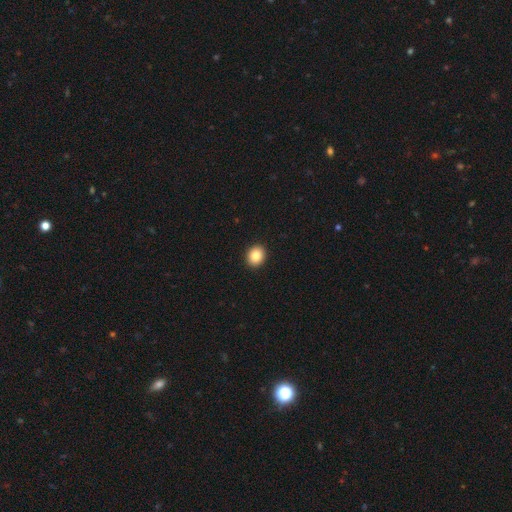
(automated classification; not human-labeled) Q: Smooth or featured?
A: smooth (85%); runner-up: star or artifact (9%)
Q: How rounded?
A: round (68%); runner-up: in between (31%)
Q: Merging?
A: none (93%); runner-up: minor disturbance (5%)